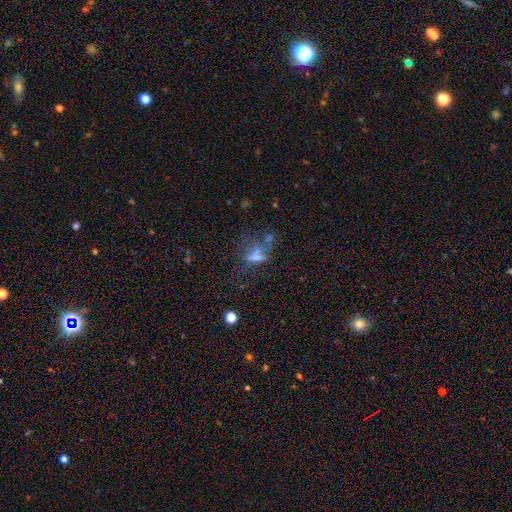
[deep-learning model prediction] Smooth or featured: smooth — 35% (tied with featured or disk — 35%)
Merging: major disturbance — 34% (none — 33%)